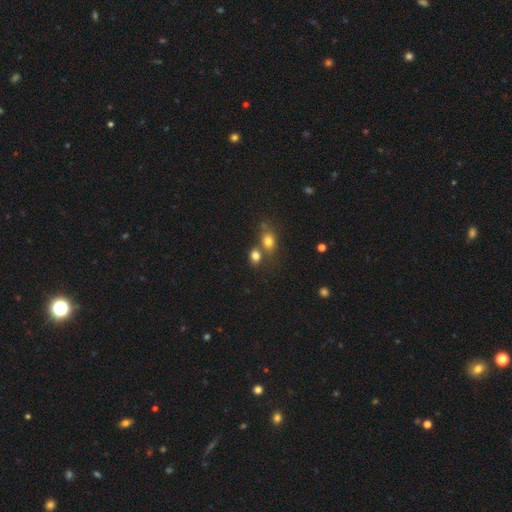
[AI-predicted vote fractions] A smooth galaxy with no disk features (77%) that is in between round and cigar-shaped (56%).

Vote fractions:
- Smooth or featured? smooth: 77% / star or artifact: 14% / featured or disk: 9%
- How rounded? in between: 56% / round: 42% / cigar-shaped: 2%
- Merging? none: 48% / merger: 37% / minor disturbance: 11% / major disturbance: 5%